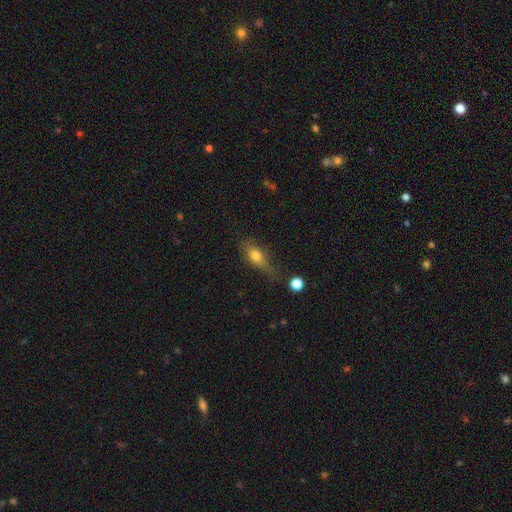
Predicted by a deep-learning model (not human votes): A smooth galaxy with no disk features (65%) that is in between round and cigar-shaped (63%). Merging: none (58%).